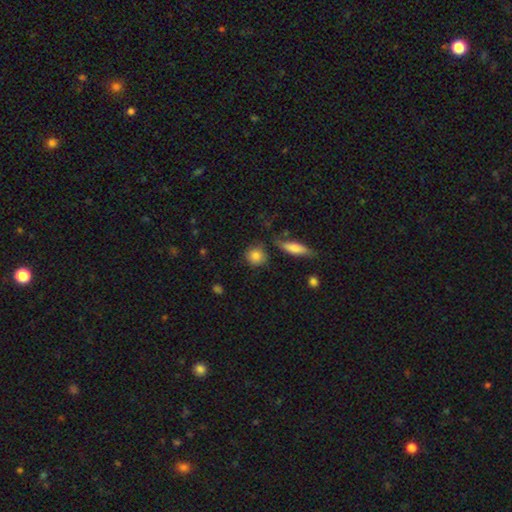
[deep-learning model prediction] Overall: smooth (84%). How rounded: round (82%). Merging: none (73%).